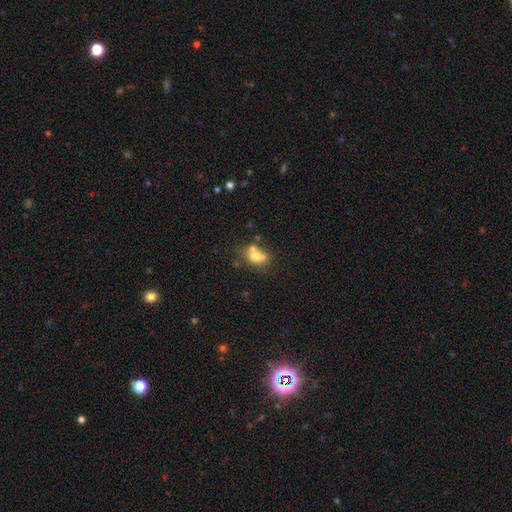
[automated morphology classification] Overall: smooth (68%). How rounded: in between (61%; round 36%). Merging: merger (40%; none 39%).